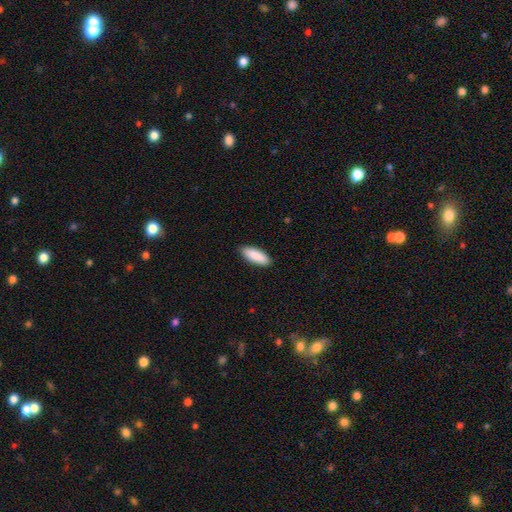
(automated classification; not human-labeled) Smooth or featured?
  - smooth: 90% *
  - star or artifact: 5%
  - featured or disk: 5%
How rounded?
  - in between: 71% *
  - cigar-shaped: 28%
  - round: 2%
Merging?
  - none: 88% *
  - minor disturbance: 9%
  - major disturbance: 2%
  - merger: 1%